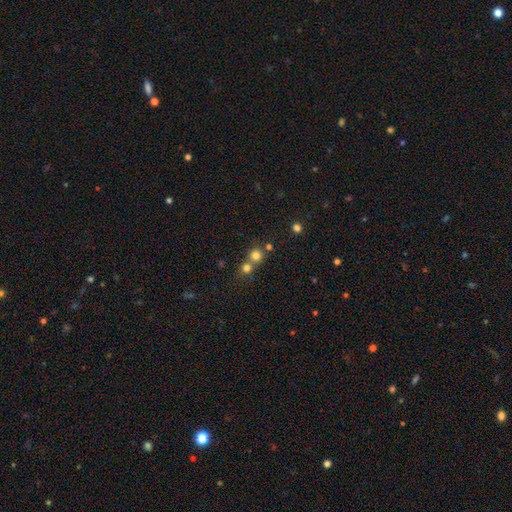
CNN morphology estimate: Smooth or featured? Predicted: smooth (p=0.75). How rounded? Predicted: round (p=0.90). Merging? Predicted: none (p=0.49).